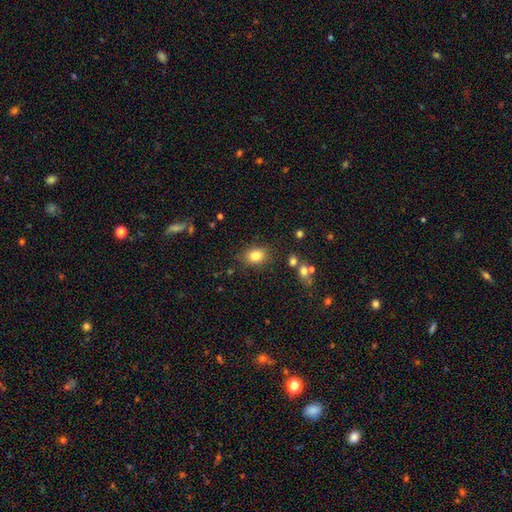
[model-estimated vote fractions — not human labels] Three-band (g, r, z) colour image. It shows a smooth galaxy with no disk features (82%) that is in between round and cigar-shaped (62%). Merging: none (82%).